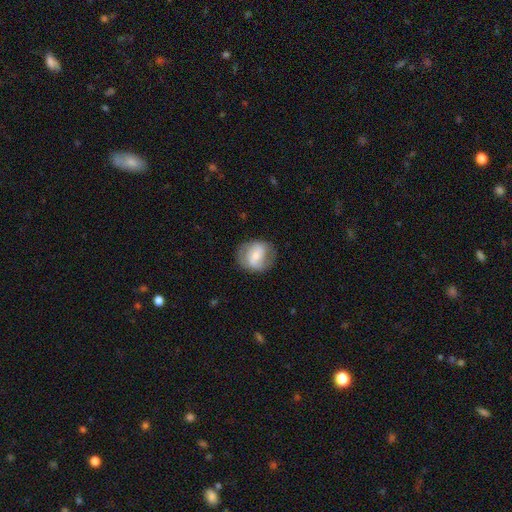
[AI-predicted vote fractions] Q: Smooth or featured?
A: featured or disk (52%); runner-up: smooth (42%)
Q: Edge-on disk?
A: no (96%); runner-up: yes (4%)
Q: Merging?
A: none (75%); runner-up: minor disturbance (16%)